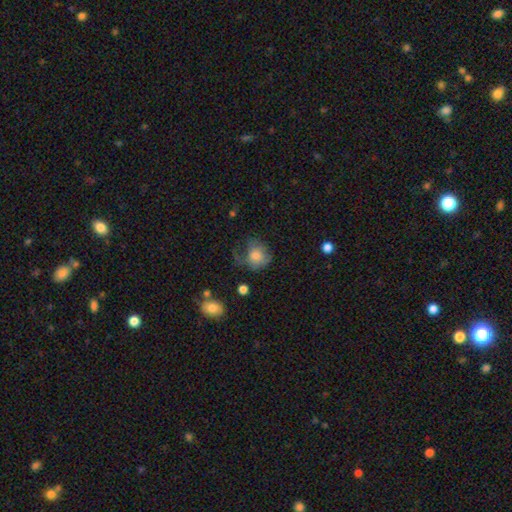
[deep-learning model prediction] A smooth galaxy with no disk features (69%) that is round (66%).

Vote fractions:
- Smooth or featured? smooth: 69% / featured or disk: 21% / star or artifact: 10%
- How rounded? round: 66% / in between: 33% / cigar-shaped: 1%
- Merging? major disturbance: 35% (tied) / none: 35% (tied) / minor disturbance: 27% / merger: 3%